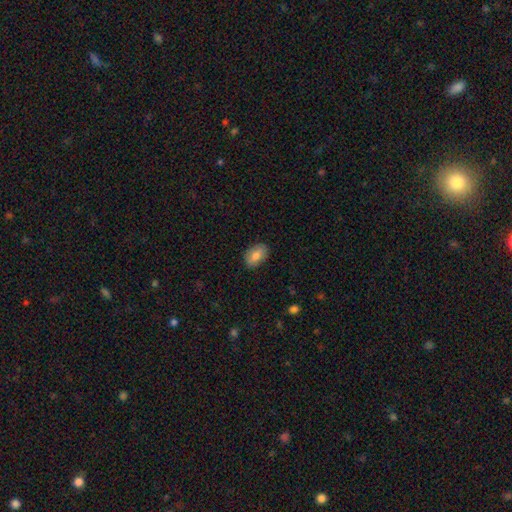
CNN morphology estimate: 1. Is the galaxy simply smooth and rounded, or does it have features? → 82% smooth, 11% featured or disk, 7% star or artifact.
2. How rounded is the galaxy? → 90% in between, 8% round, 2% cigar-shaped.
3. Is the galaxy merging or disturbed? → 87% none, 10% minor disturbance, 2% major disturbance, 1% merger.